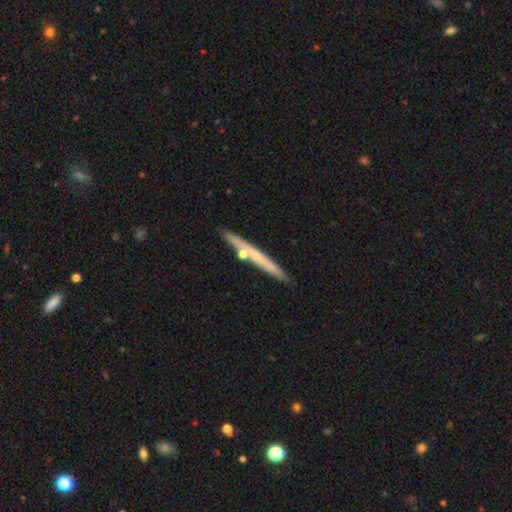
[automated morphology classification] Q: Smooth or featured?
A: featured or disk (49%); runner-up: smooth (45%)
Q: Merging?
A: none (82%); runner-up: minor disturbance (10%)